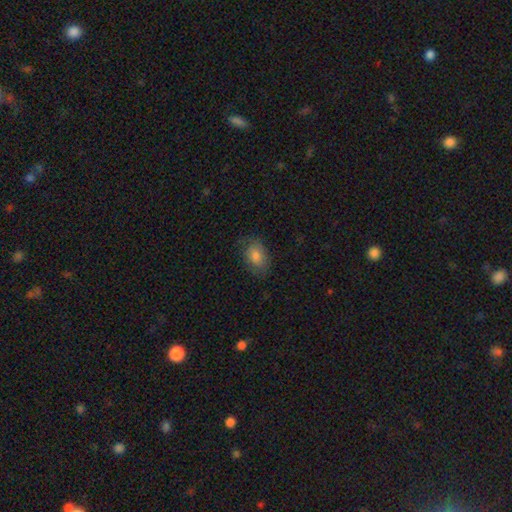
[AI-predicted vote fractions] Morphology: type=smooth (80%); roundness=in between (82%); merging=none (73%).